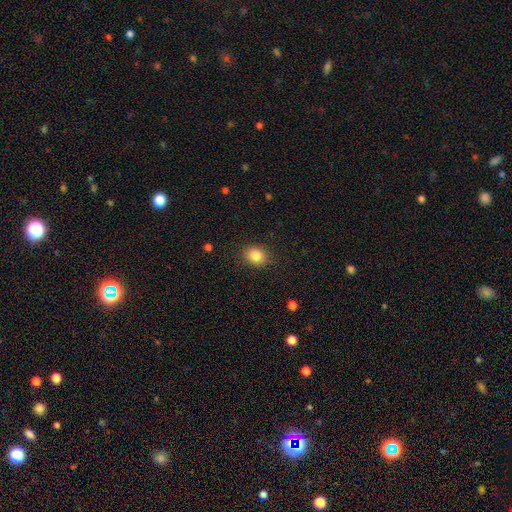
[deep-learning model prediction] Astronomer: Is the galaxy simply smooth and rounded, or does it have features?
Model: smooth — 85%.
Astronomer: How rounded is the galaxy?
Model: round — 61% (runner-up: in between, 38%).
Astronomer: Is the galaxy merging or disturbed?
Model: none — 87%.